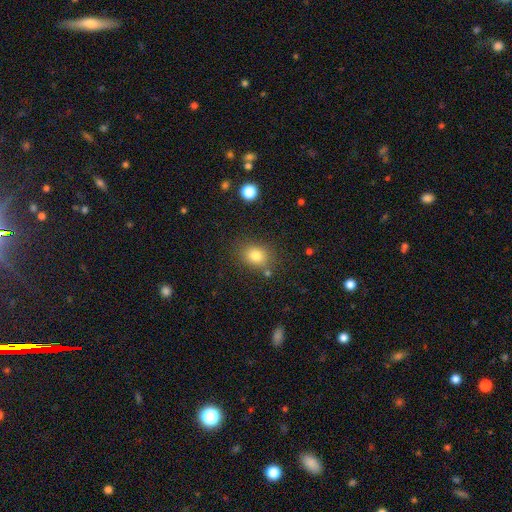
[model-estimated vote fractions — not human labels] Smooth or featured? smooth (81%)
How rounded? round (50%)
Merging? none (77%)